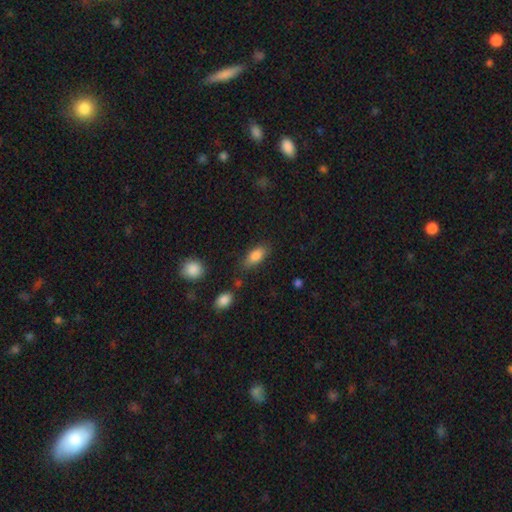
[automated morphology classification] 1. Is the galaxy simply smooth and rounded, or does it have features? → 83% smooth, 10% featured or disk, 8% star or artifact.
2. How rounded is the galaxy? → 84% in between, 12% cigar-shaped, 4% round.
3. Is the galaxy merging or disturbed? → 76% none, 16% minor disturbance, 4% major disturbance, 4% merger.